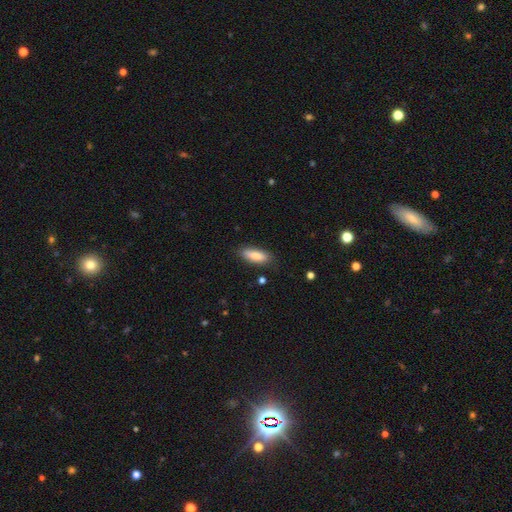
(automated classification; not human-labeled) The model was most divided on "how rounded": in between: 61%, cigar-shaped: 37%, round: 2%. More confident: smooth or featured — smooth (83%); merging — none (82%).